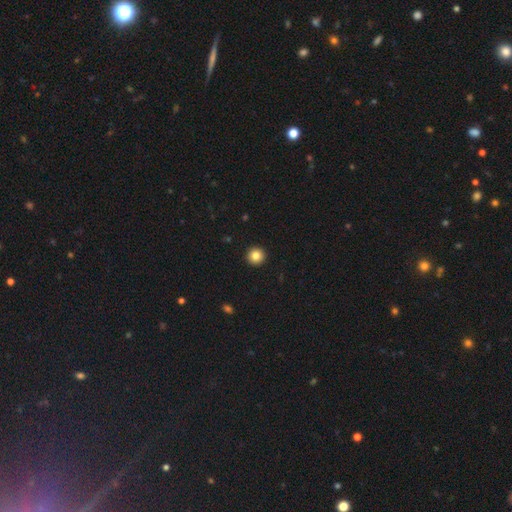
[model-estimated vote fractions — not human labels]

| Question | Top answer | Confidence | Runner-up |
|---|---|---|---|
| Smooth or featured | smooth | 84% | star or artifact (10%) |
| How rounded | round | 96% | in between (3%) |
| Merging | none | 94% | minor disturbance (4%) |